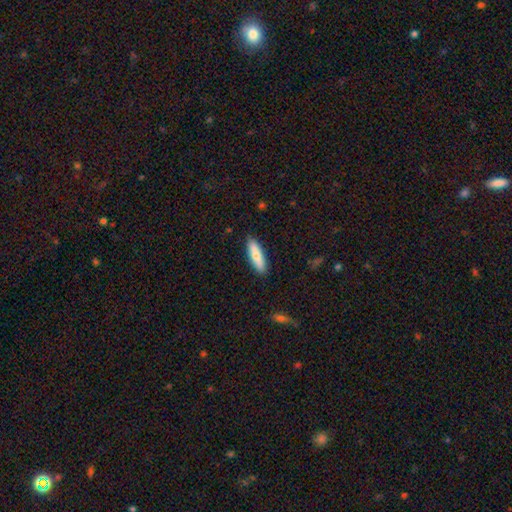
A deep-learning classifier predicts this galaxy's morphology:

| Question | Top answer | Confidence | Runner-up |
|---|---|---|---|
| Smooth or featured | smooth | 73% | featured or disk (21%) |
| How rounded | cigar-shaped | 63% | in between (35%) |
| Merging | none | 89% | minor disturbance (8%) |